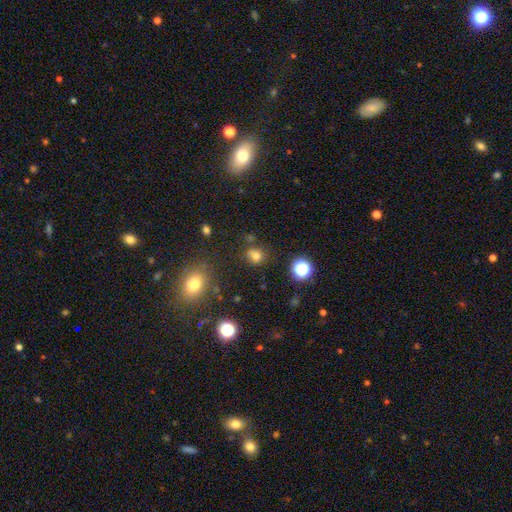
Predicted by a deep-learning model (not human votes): Overall: smooth (72%). How rounded: round (77%). Merging: none (72%).